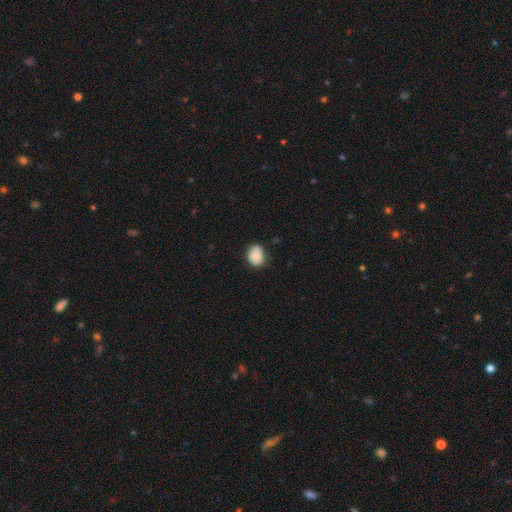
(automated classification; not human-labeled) Smooth or featured?
  - smooth: 72% *
  - featured or disk: 19%
  - star or artifact: 8%
How rounded?
  - round: 50% *
  - in between: 49%
  - cigar-shaped: 1%
Merging?
  - none: 70% *
  - minor disturbance: 23%
  - major disturbance: 5%
  - merger: 2%